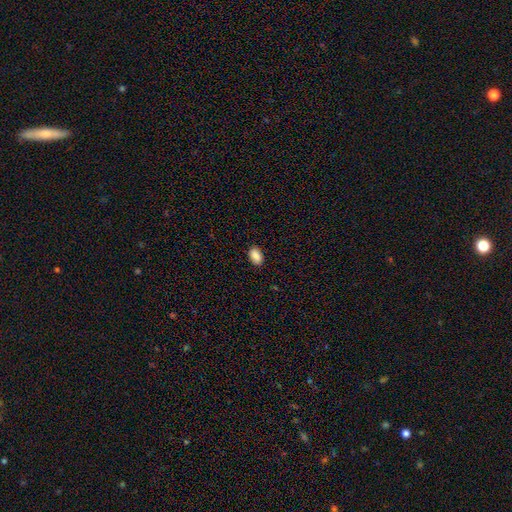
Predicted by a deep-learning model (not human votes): smooth_or_featured: smooth (p=0.89) [alt: star or artifact p=0.07]
how_rounded: in between (p=0.92) [alt: round p=0.07]
merging: none (p=0.89) [alt: minor disturbance p=0.08]